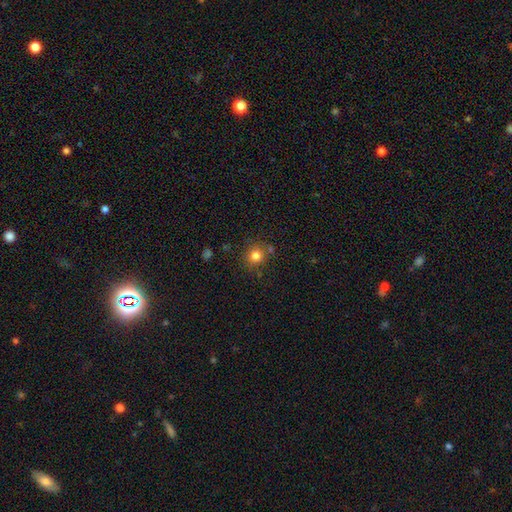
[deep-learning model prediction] Morphology: type=smooth (80%); roundness=round (89%); merging=none (78%).